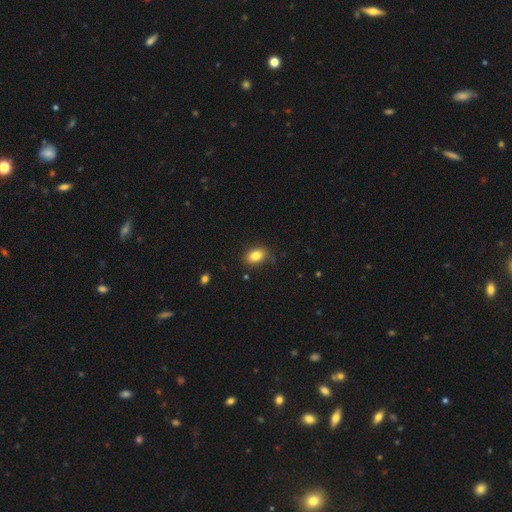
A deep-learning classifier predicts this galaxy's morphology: This appears to be a smooth galaxy with no disk features (83%) that is in between round and cigar-shaped (81%). Merging: none (83%).